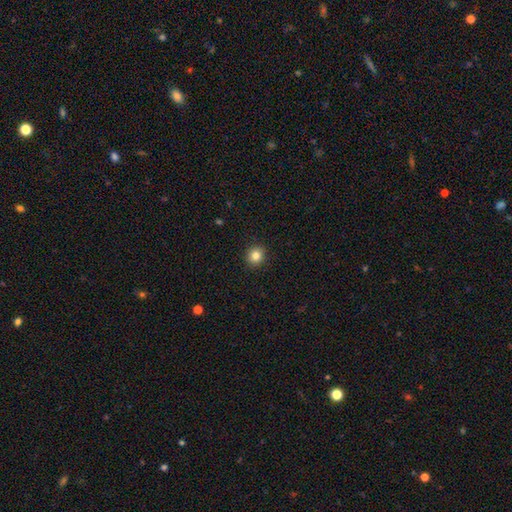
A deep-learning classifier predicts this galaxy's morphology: smooth_or_featured: smooth (p=0.83) [alt: star or artifact p=0.11]
how_rounded: round (p=0.86) [alt: in between p=0.14]
merging: none (p=0.92) [alt: minor disturbance p=0.05]